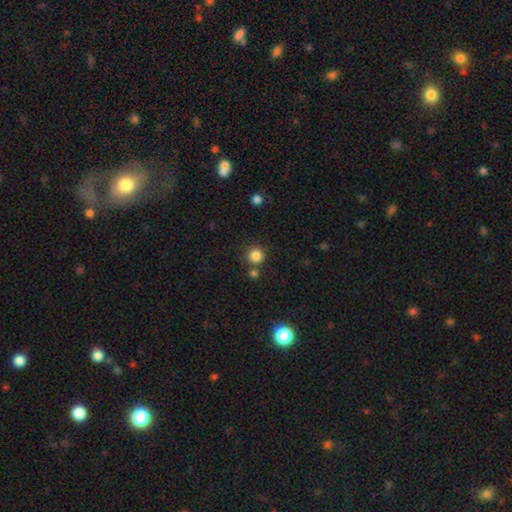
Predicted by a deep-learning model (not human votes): The model was most divided on "merging": none: 76%, merger: 12%, minor disturbance: 9%, major disturbance: 3%. More confident: how rounded — round (93%); smooth or featured — smooth (83%).